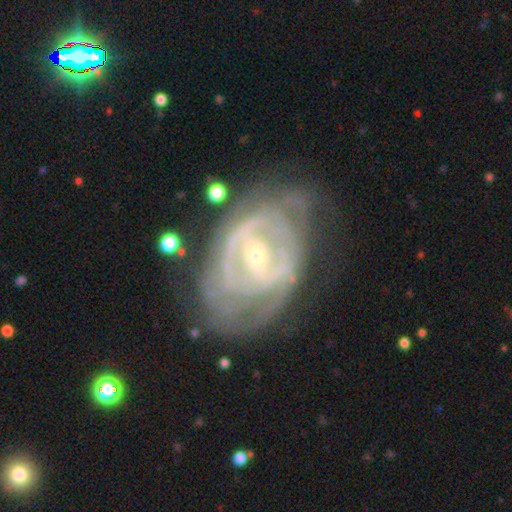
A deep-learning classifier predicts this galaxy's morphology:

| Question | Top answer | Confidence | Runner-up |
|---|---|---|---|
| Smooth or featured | featured or disk | 84% | smooth (10%) |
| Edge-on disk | no | 95% | yes (5%) |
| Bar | weak | 41% | no (31%) |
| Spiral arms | yes | 81% | no (19%) |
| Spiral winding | tight | 64% | medium (27%) |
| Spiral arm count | can't tell | 43% | 2 (32%) |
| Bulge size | small | 72% | moderate (24%) |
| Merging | none | 59% | minor disturbance (24%) |